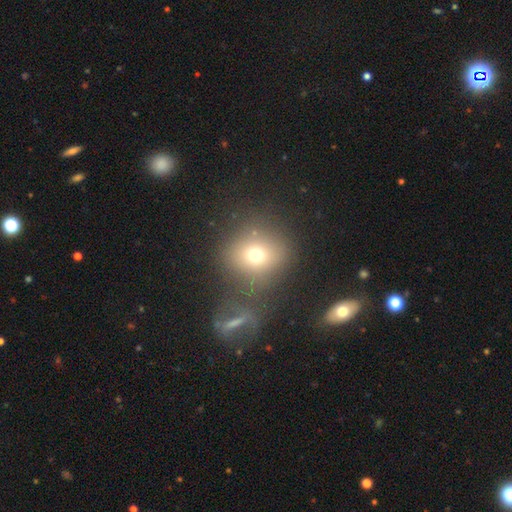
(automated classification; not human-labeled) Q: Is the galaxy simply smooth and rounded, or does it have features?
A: smooth — 62%.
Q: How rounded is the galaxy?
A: round — 80%.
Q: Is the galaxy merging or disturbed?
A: none — 68%.